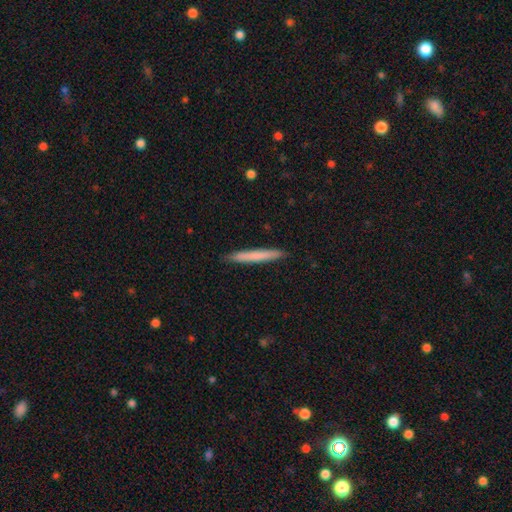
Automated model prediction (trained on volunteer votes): Smooth or featured?
  - smooth: 70% *
  - featured or disk: 24%
  - star or artifact: 6%
How rounded?
  - cigar-shaped: 97% *
  - in between: 2%
  - round: 1%
Merging?
  - none: 91% *
  - minor disturbance: 6%
  - major disturbance: 1%
  - merger: 1%